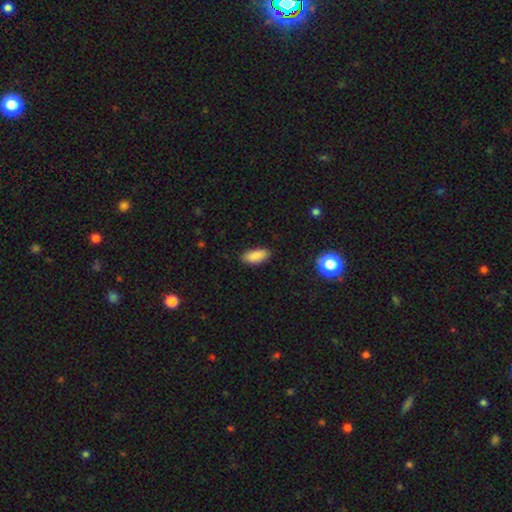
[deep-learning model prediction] Q: Smooth or featured?
A: smooth (87%); runner-up: star or artifact (8%)
Q: How rounded?
A: in between (86%); runner-up: cigar-shaped (11%)
Q: Merging?
A: none (87%); runner-up: minor disturbance (10%)